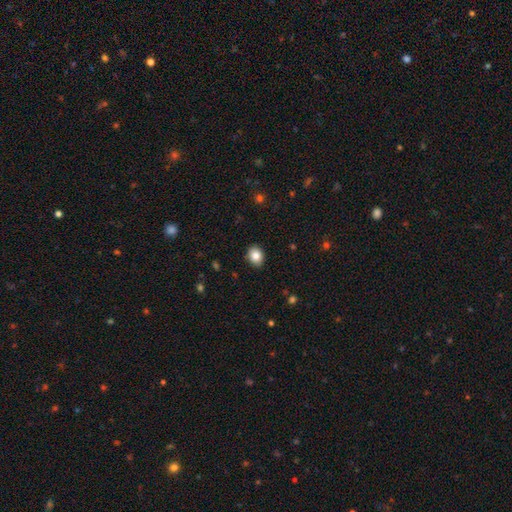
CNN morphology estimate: type=smooth (83%); roundness=in between (56%); merging=none (89%).